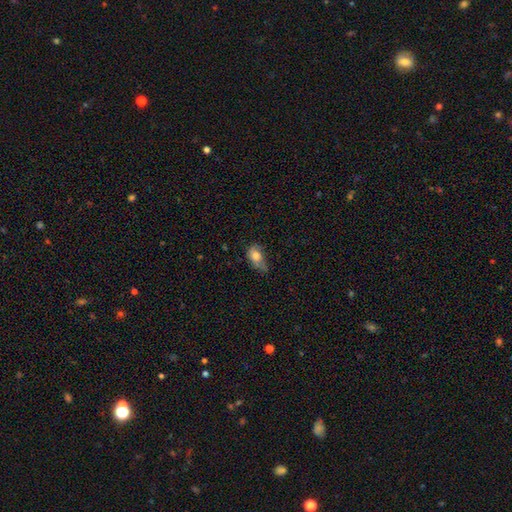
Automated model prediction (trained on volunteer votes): Smooth or featured?
  - smooth: 73% *
  - featured or disk: 19%
  - star or artifact: 8%
How rounded?
  - in between: 81% *
  - round: 16%
  - cigar-shaped: 3%
Merging?
  - minor disturbance: 42% *
  - major disturbance: 28%
  - none: 27%
  - merger: 4%